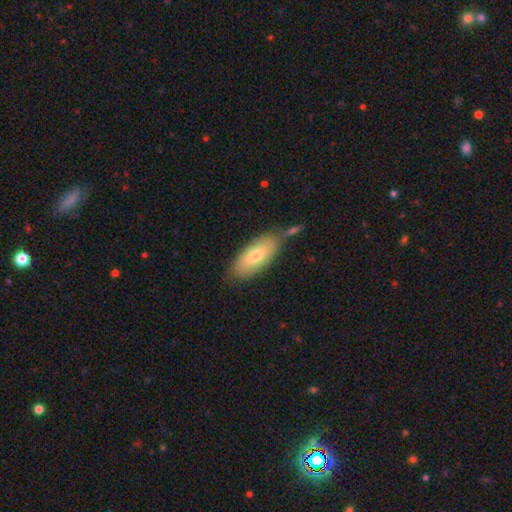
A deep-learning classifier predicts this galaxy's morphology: Smooth or featured: smooth — 72% (featured or disk — 21%)
How rounded: in between — 85% (cigar-shaped — 13%)
Merging: none — 68% (minor disturbance — 17%)